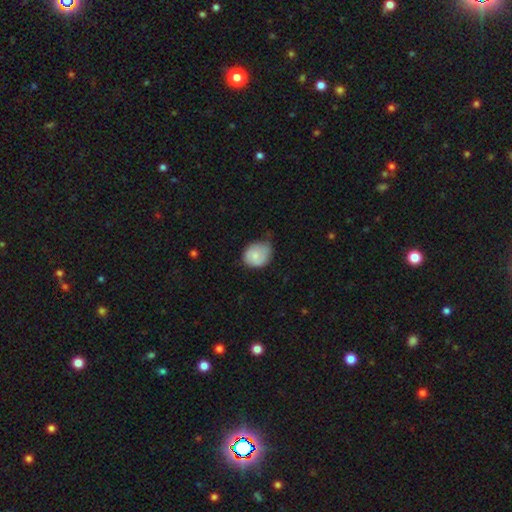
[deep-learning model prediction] This appears to be a smooth galaxy with no disk features (79%) that is round (60%). Merging: none (45%).